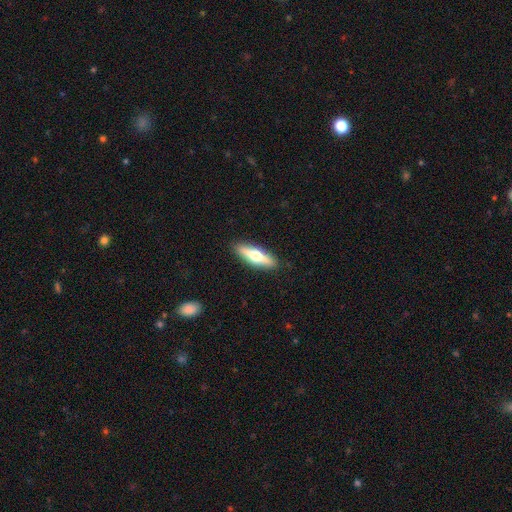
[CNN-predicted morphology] A featured or disk galaxy (52%) viewed edge-on (91%).

Vote fractions:
- Smooth or featured? featured or disk: 52% / smooth: 43% / star or artifact: 6%
- Edge-on disk? yes: 91% / no: 9%
- Merging? none: 90% / minor disturbance: 7% / major disturbance: 2% / merger: 1%